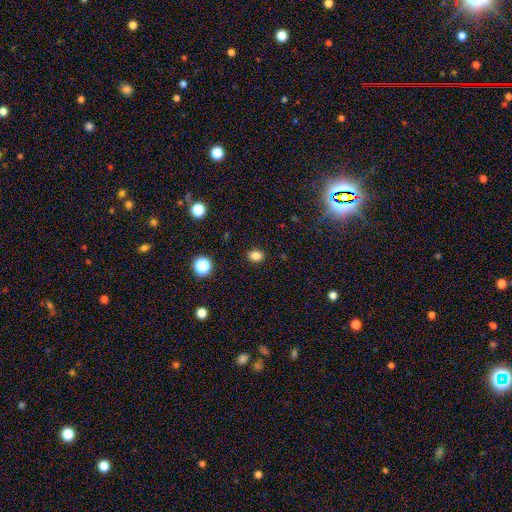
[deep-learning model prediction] Morphology: type=smooth (83%); roundness=round (51%); merging=none (89%).